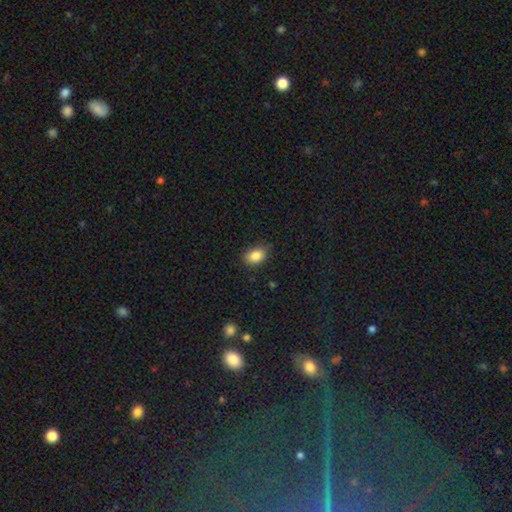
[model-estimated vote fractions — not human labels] Smooth or featured: smooth — 86% (star or artifact — 9%)
How rounded: in between — 81% (round — 18%)
Merging: none — 81% (minor disturbance — 15%)